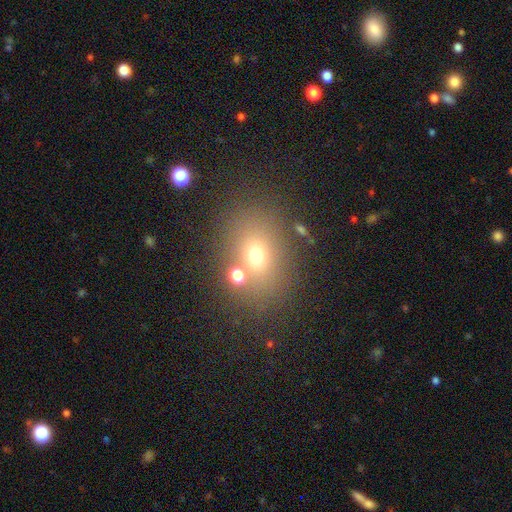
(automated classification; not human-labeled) A smooth galaxy with no disk features (64%) that is in between round and cigar-shaped (54%). Merging: none (71%).